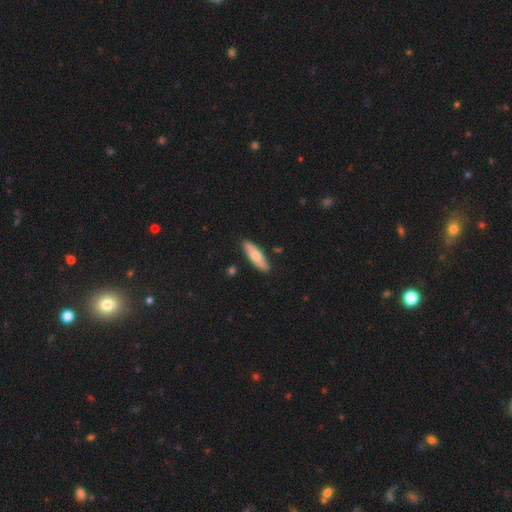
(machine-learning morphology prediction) Smooth or featured? smooth (67%)
How rounded? cigar-shaped (56%)
Merging? none (88%)